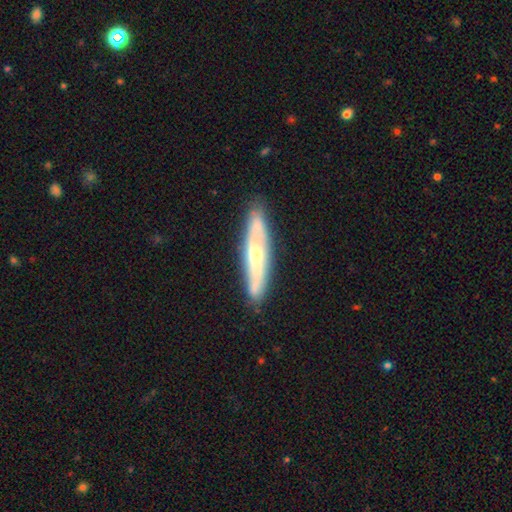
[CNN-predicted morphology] The model was most divided on "edge-on disk": yes: 55%, no: 45%. More confident: merging — none (81%); smooth or featured — featured or disk (60%).